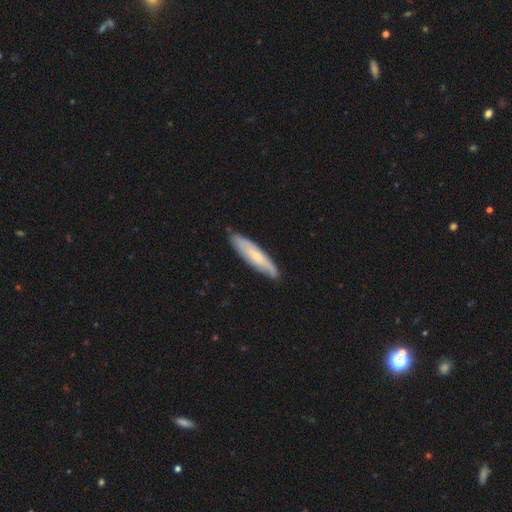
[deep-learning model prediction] A smooth galaxy with no disk features (55%) that is cigar-shaped (81%).

Vote fractions:
- Smooth or featured? smooth: 55% / featured or disk: 40% / star or artifact: 5%
- How rounded? cigar-shaped: 81% / in between: 18% / round: 1%
- Merging? none: 83% / minor disturbance: 14% / major disturbance: 2% / merger: 1%